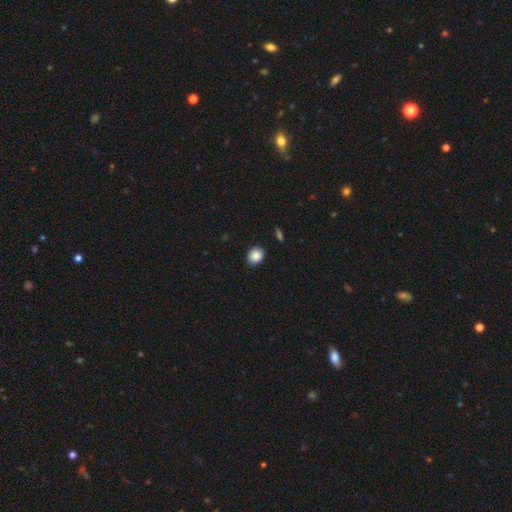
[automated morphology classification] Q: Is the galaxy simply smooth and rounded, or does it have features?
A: smooth — 86%.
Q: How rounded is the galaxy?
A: round — 62%.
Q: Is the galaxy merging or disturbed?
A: none — 88%.